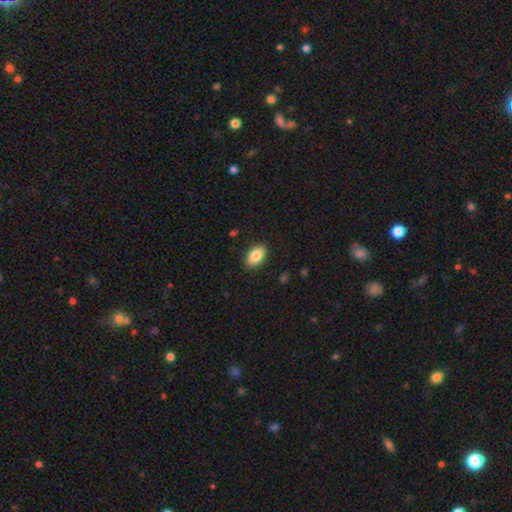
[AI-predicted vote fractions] Smooth or featured? smooth (87%)
How rounded? in between (92%)
Merging? none (88%)